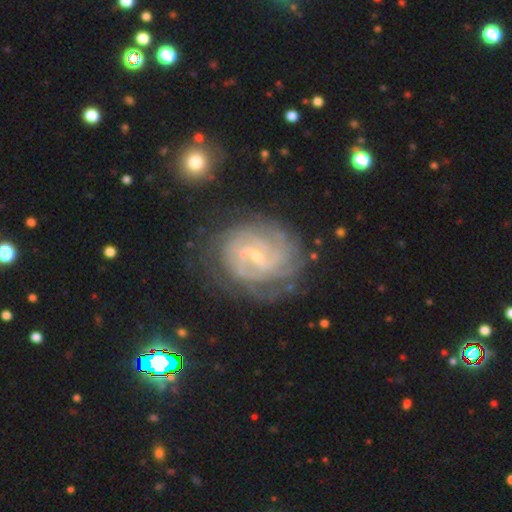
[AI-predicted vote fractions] Morphology: type=featured or disk (86%); edge-on=no (97%); bar=weak (55%); spiral arms=yes (96%); winding=tight (66%); arm count=can't tell (32%); bulge=small (79%); merging=none (73%).